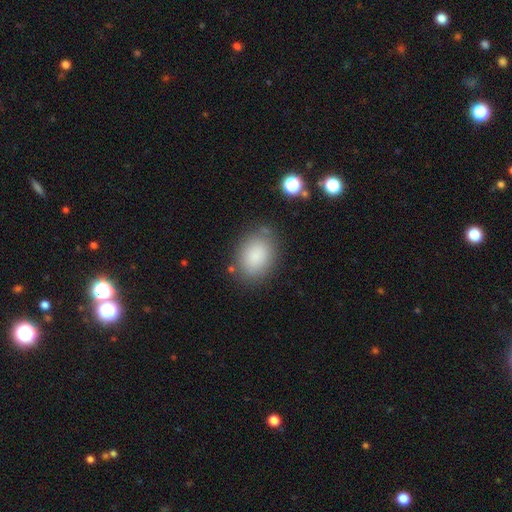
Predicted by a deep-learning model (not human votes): A smooth galaxy with no disk features (85%) that is in between round and cigar-shaped (76%). Merging: none (77%).